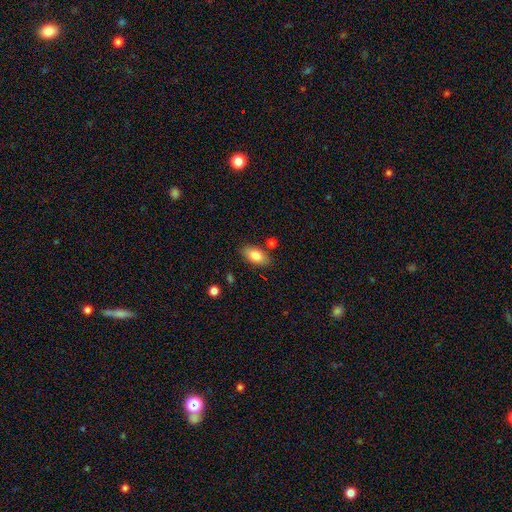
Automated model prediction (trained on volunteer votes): Smooth or featured? Predicted: smooth (p=0.81). How rounded? Predicted: in between (p=0.91). Merging? Predicted: none (p=0.81).